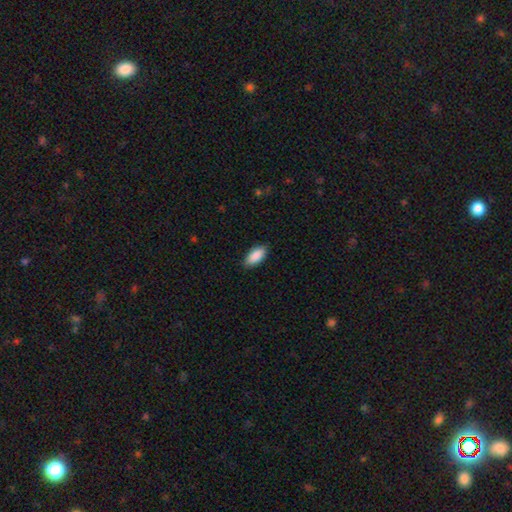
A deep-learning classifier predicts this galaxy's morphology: Smooth or featured?
  - smooth: 90% *
  - star or artifact: 6%
  - featured or disk: 5%
How rounded?
  - in between: 91% *
  - cigar-shaped: 7%
  - round: 2%
Merging?
  - none: 87% *
  - minor disturbance: 10%
  - major disturbance: 2%
  - merger: 1%